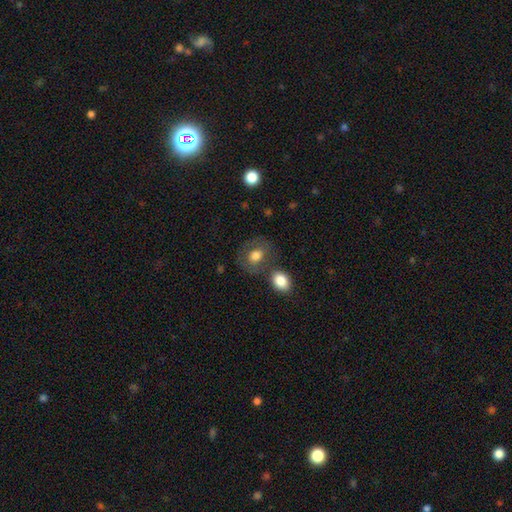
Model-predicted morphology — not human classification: Overall: smooth (74%). How rounded: in between (50%; round 49%). Merging: none (63%).